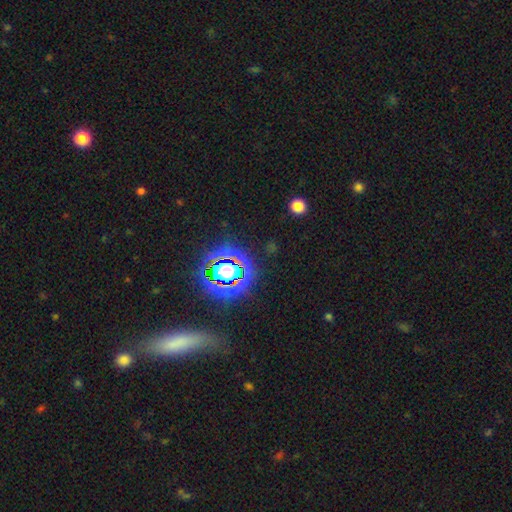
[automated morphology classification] This appears to be a star or artifact, not a galaxy (70%).